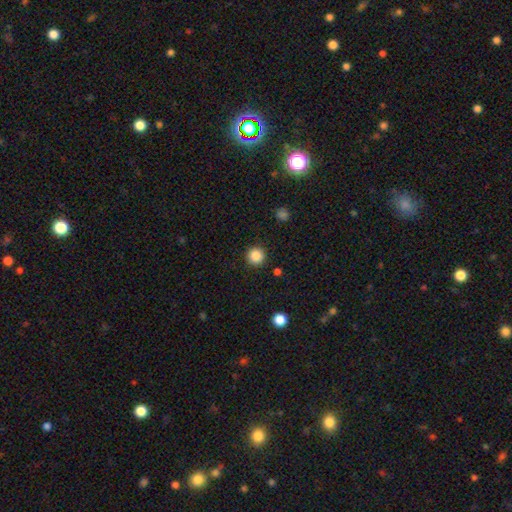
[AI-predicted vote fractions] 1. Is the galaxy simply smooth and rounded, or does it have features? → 87% smooth, 10% star or artifact, 3% featured or disk.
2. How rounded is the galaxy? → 96% round, 3% in between, 1% cigar-shaped.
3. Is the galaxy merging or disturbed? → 92% none, 5% minor disturbance, 2% major disturbance, 1% merger.